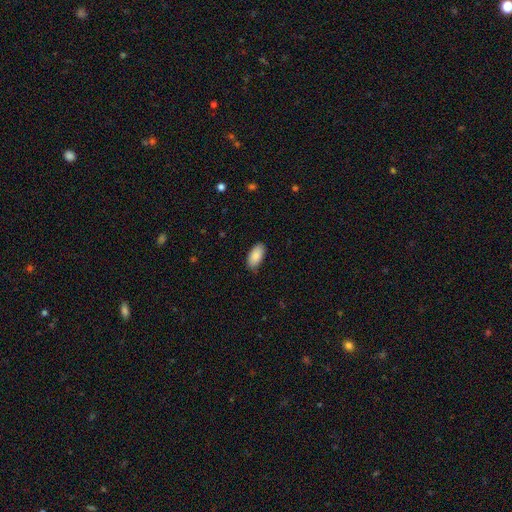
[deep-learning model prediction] smooth-or-featured: smooth: 89% | star or artifact: 6% | featured or disk: 5%
  how-rounded: in between: 94% | cigar-shaped: 4% | round: 2%
  merging: none: 81% | minor disturbance: 16% | major disturbance: 3% | merger: 1%